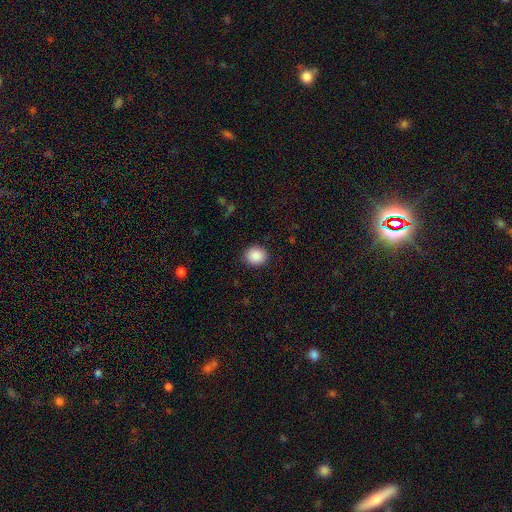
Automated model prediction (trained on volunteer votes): Smooth or featured?
  - smooth: 89% *
  - star or artifact: 8%
  - featured or disk: 3%
How rounded?
  - round: 74% *
  - in between: 25%
  - cigar-shaped: 1%
Merging?
  - none: 90% *
  - minor disturbance: 7%
  - major disturbance: 2%
  - merger: 1%